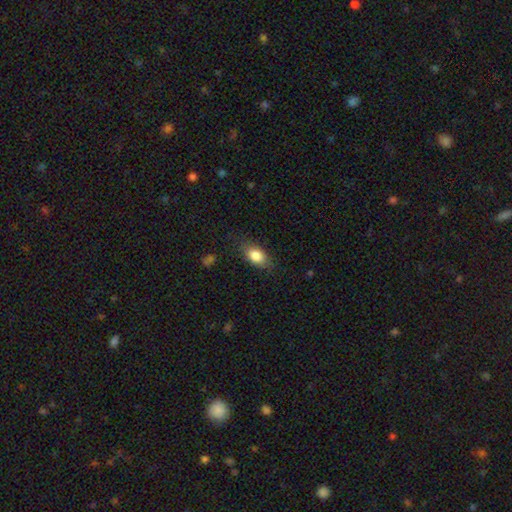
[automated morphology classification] smooth 84%, featured or disk 9%, star or artifact 7%. Down the decision tree: how rounded — in between (87%); merging — none (78%).